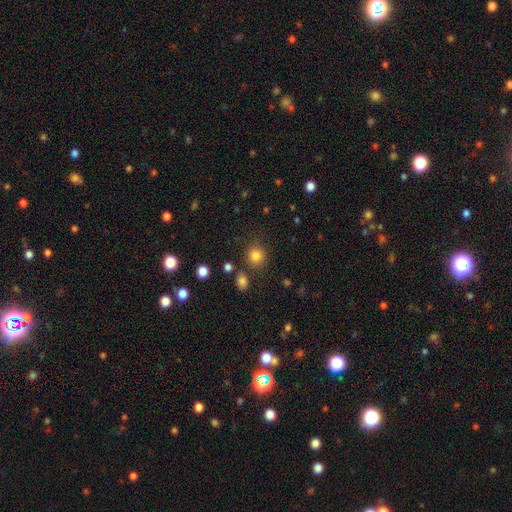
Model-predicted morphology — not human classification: smooth 82%, star or artifact 12%, featured or disk 5%. Down the decision tree: how rounded — round (87%); merging — none (82%).